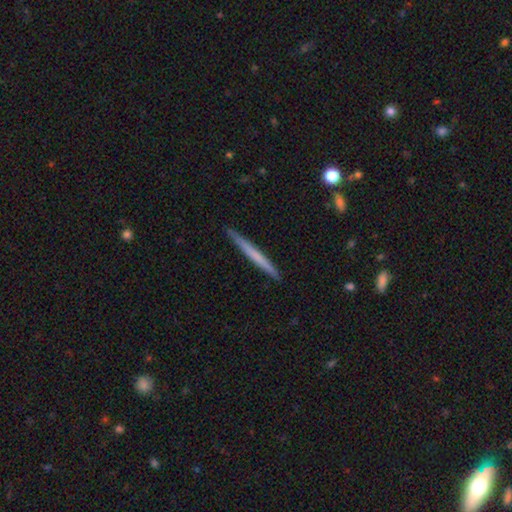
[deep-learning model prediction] Smooth or featured? smooth (56%)
How rounded? cigar-shaped (97%)
Merging? none (91%)